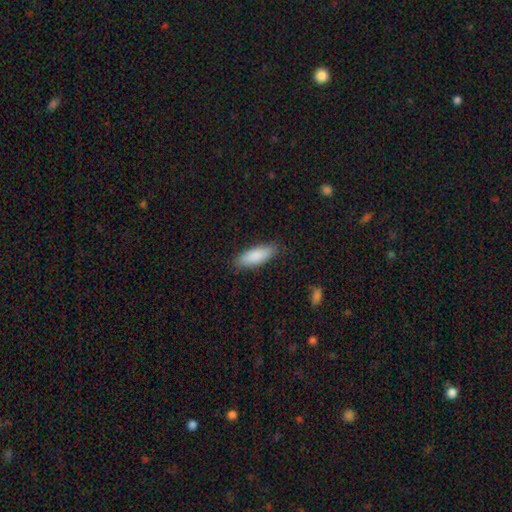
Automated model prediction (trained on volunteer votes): Smooth or featured: smooth — 86% (featured or disk — 9%)
How rounded: in between — 60% (cigar-shaped — 38%)
Merging: none — 84% (minor disturbance — 12%)